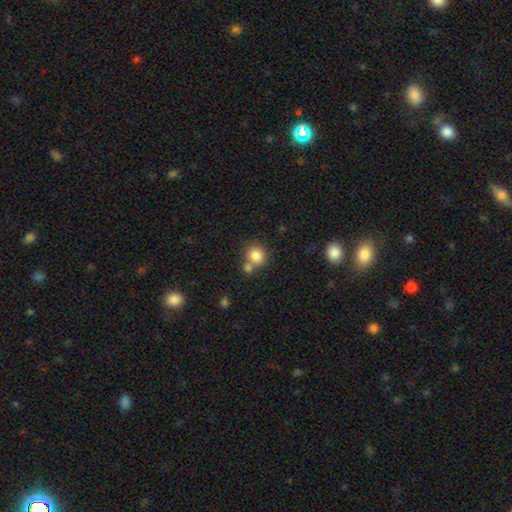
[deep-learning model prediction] smooth 83%, star or artifact 10%, featured or disk 7%. Down the decision tree: how rounded — round (87%); merging — none (60%).